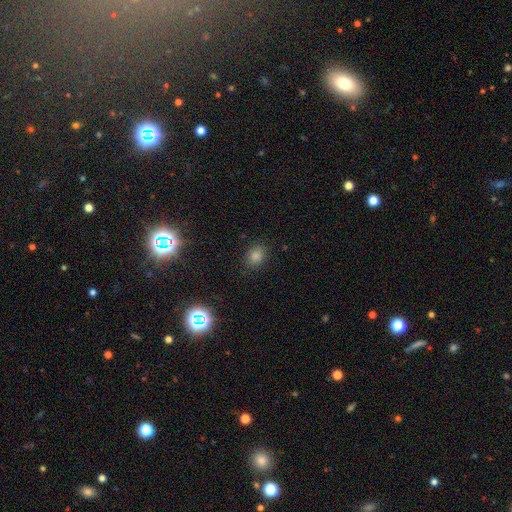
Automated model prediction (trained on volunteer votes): Smooth or featured?
  - smooth: 71% *
  - star or artifact: 22%
  - featured or disk: 6%
How rounded?
  - round: 53% *
  - in between: 46%
  - cigar-shaped: 1%
Merging?
  - none: 87% *
  - minor disturbance: 9%
  - major disturbance: 3%
  - merger: 1%